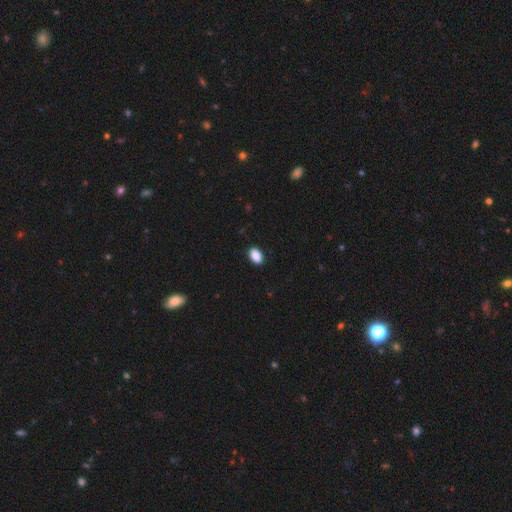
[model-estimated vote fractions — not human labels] The model was most divided on "merging": none: 89%, minor disturbance: 8%, major disturbance: 2%, merger: 1%. More confident: how rounded — in between (91%); smooth or featured — smooth (90%).